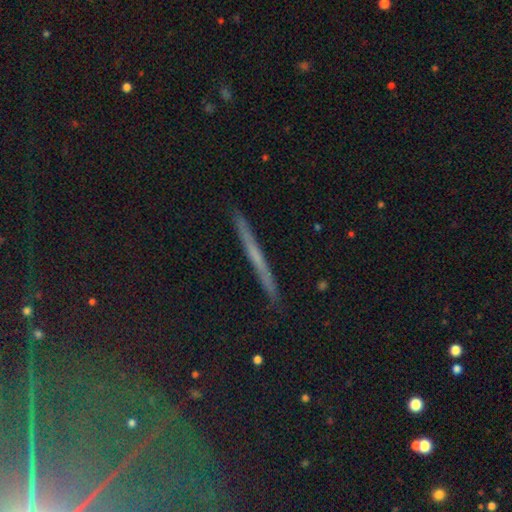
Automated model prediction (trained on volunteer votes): The model was most divided on "smooth or featured": featured or disk: 50%, smooth: 34%, star or artifact: 16%. More confident: merging — none (91%).